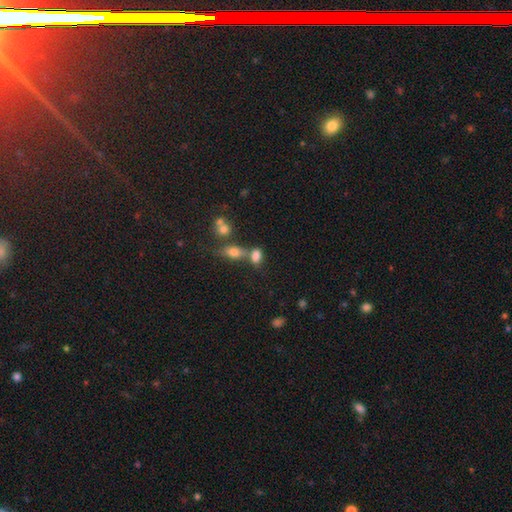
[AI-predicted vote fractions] A smooth galaxy with no disk features (78%) that is in between round and cigar-shaped (82%).

Vote fractions:
- Smooth or featured? smooth: 78% / star or artifact: 12% / featured or disk: 10%
- How rounded? in between: 82% / round: 13% / cigar-shaped: 5%
- Merging? none: 41% (tied) / merger: 41% (tied) / minor disturbance: 12% / major disturbance: 5%